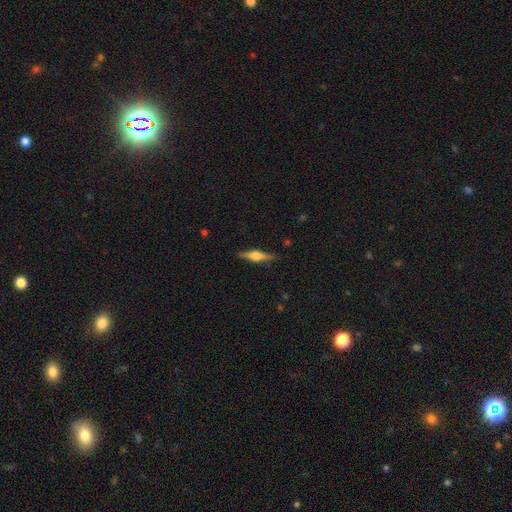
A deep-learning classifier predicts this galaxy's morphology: Smooth or featured? featured or disk (69%)
Edge-on disk? yes (97%)
Edge-on bulge? rounded (90%)
Merging? none (88%)